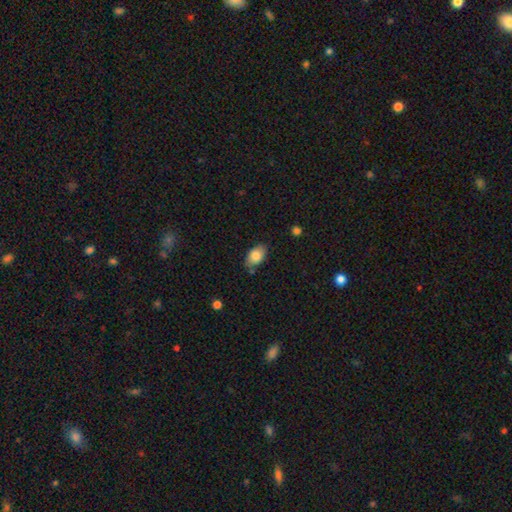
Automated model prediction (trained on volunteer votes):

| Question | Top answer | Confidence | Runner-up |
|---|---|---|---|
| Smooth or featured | smooth | 83% | featured or disk (10%) |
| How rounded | in between | 91% | round (8%) |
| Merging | none | 77% | minor disturbance (17%) |